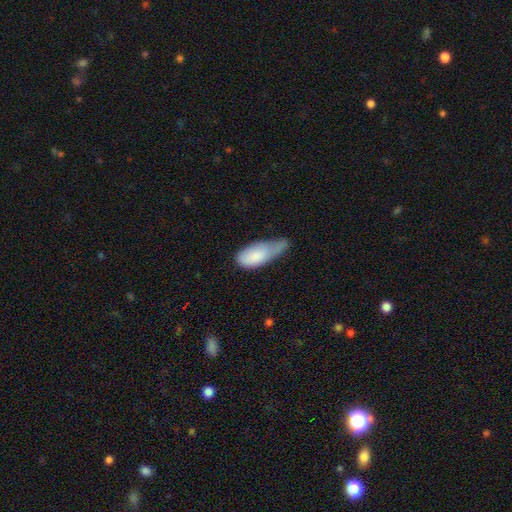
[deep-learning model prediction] A smooth galaxy with no disk features (81%) that is in between round and cigar-shaped (84%).

Vote fractions:
- Smooth or featured? smooth: 81% / featured or disk: 13% / star or artifact: 6%
- How rounded? in between: 84% / cigar-shaped: 13% / round: 3%
- Merging? minor disturbance: 46% / major disturbance: 29% / none: 19% / merger: 6%